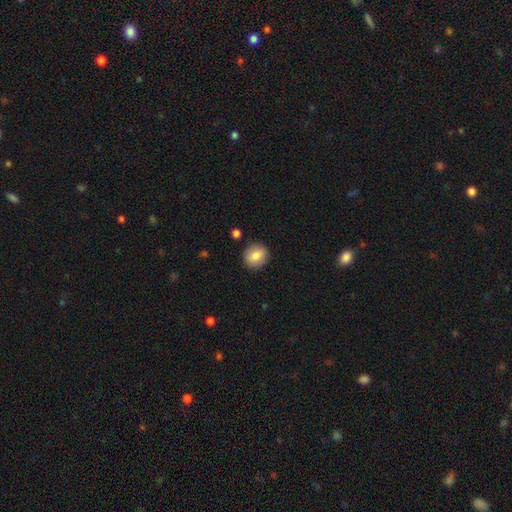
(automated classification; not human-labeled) This appears to be a smooth galaxy with no disk features (83%) that is round (82%). Merging: none (89%).